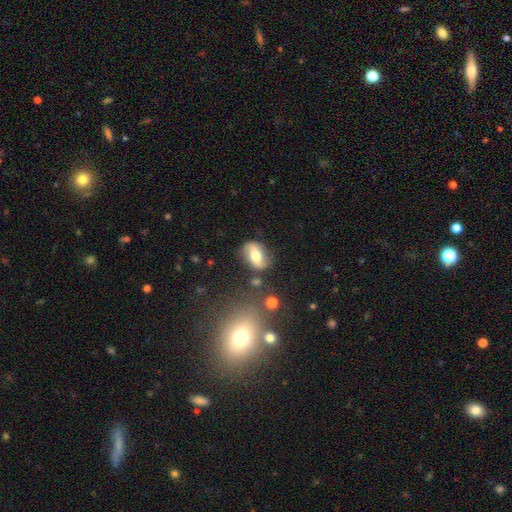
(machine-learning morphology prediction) Q: Smooth or featured?
A: featured or disk (50%); runner-up: smooth (42%)
Q: Edge-on disk?
A: no (92%); runner-up: yes (8%)
Q: Merging?
A: none (73%); runner-up: minor disturbance (16%)